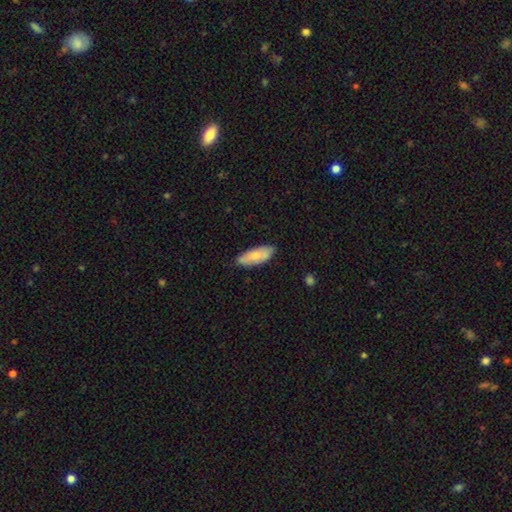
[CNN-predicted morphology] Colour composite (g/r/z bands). It shows a smooth galaxy with no disk features (70%) that is in between round and cigar-shaped (80%). Merging: none (79%).